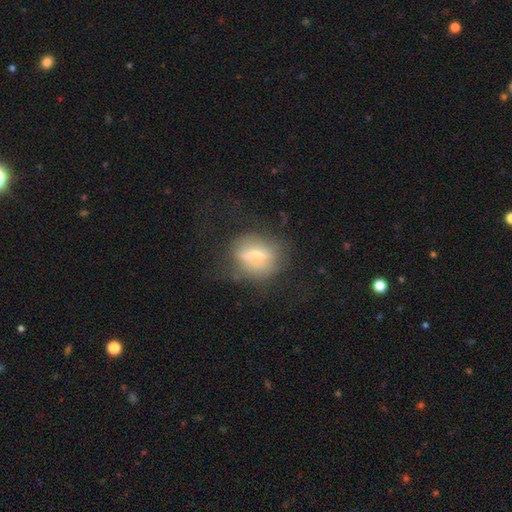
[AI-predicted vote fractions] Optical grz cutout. It shows a smooth galaxy with no disk features (49%). Merging: none (55%).